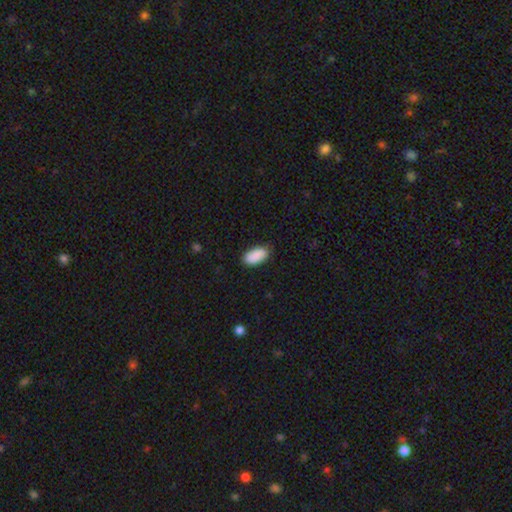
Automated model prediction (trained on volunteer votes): smooth-or-featured: smooth: 91% | star or artifact: 6% | featured or disk: 3%
  how-rounded: in between: 94% | cigar-shaped: 4% | round: 2%
  merging: none: 86% | minor disturbance: 11% | major disturbance: 2% | merger: 1%